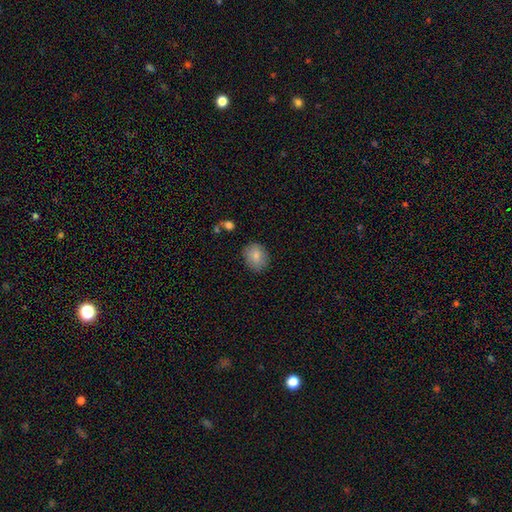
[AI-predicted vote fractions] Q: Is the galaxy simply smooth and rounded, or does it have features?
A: smooth — 82%.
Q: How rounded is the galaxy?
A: round — 57%.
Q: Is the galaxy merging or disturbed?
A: none — 83%.